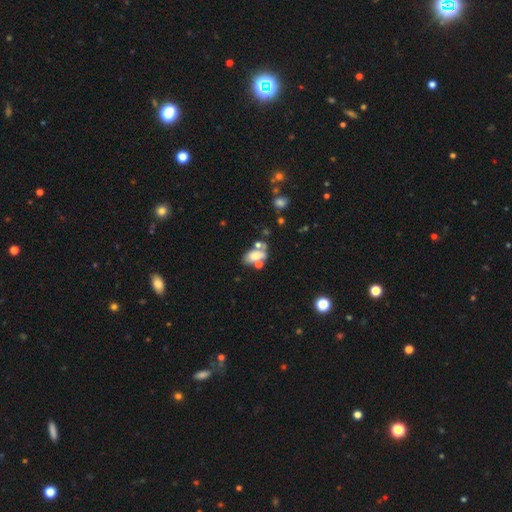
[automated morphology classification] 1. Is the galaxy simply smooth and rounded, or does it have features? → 59% smooth, 30% featured or disk, 11% star or artifact.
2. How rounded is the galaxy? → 88% in between, 8% round, 4% cigar-shaped.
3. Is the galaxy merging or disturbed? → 37% merger, 34% none, 18% minor disturbance, 12% major disturbance.